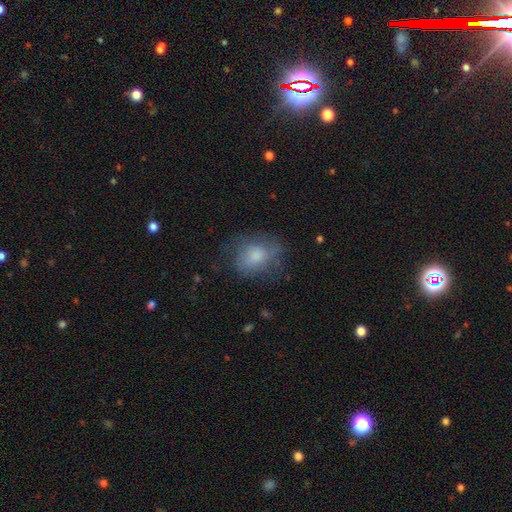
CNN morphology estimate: Overall: smooth (68%). How rounded: in between (58%; round 41%). Merging: none (50%; minor disturbance 28%).